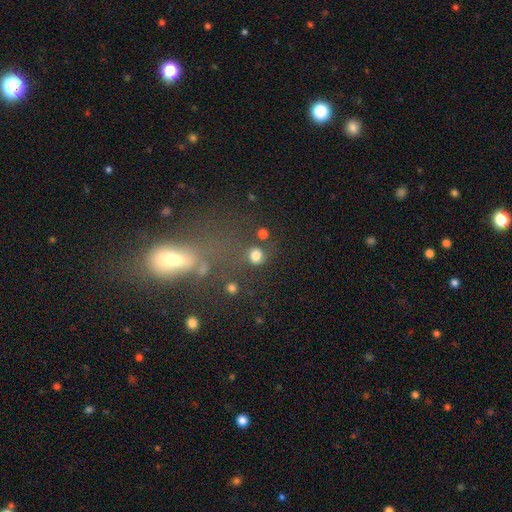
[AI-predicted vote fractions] smooth_or_featured: smooth (p=0.79) [alt: star or artifact p=0.13]
how_rounded: round (p=0.83) [alt: in between p=0.15]
merging: none (p=0.66) [alt: minor disturbance p=0.13]